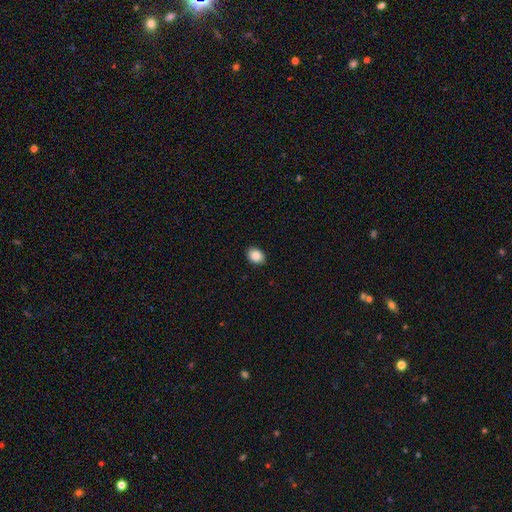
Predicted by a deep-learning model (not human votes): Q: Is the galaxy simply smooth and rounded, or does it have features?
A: smooth — 88%.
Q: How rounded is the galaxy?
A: in between — 71%.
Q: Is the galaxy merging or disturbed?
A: none — 89%.